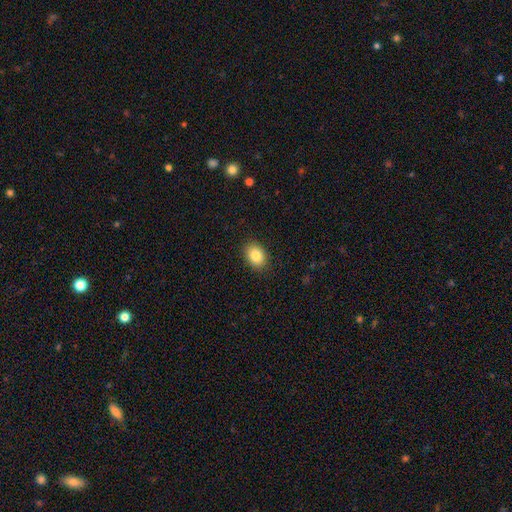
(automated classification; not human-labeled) Smooth or featured? smooth (86%)
How rounded? in between (68%)
Merging? none (88%)